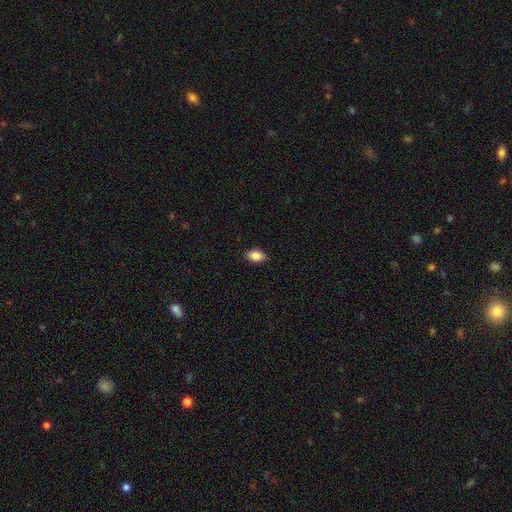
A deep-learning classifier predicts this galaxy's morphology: Smooth or featured? smooth (87%)
How rounded? in between (90%)
Merging? none (87%)